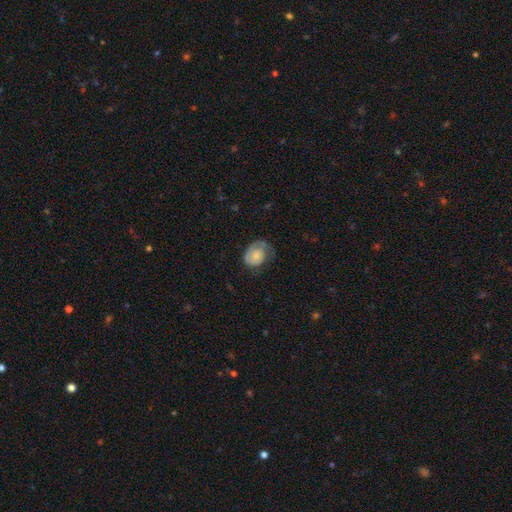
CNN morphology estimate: Smooth or featured? featured or disk (54%)
Edge-on disk? no (97%)
Bar? no (76%)
Spiral arms? yes (87%)
Bulge size? small (41%)
Merging? none (49%)